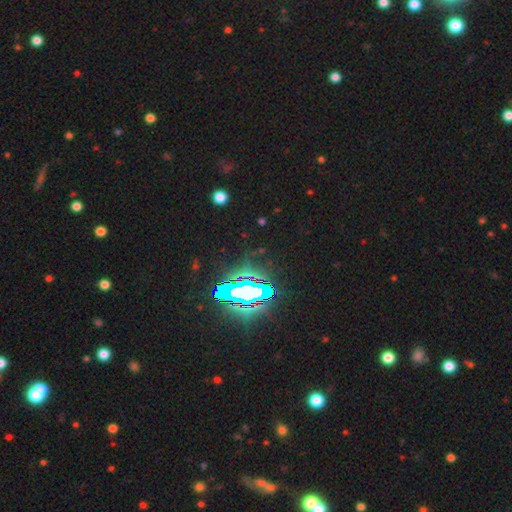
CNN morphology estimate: smooth-or-featured: star or artifact: 86% | smooth: 8% | featured or disk: 6%